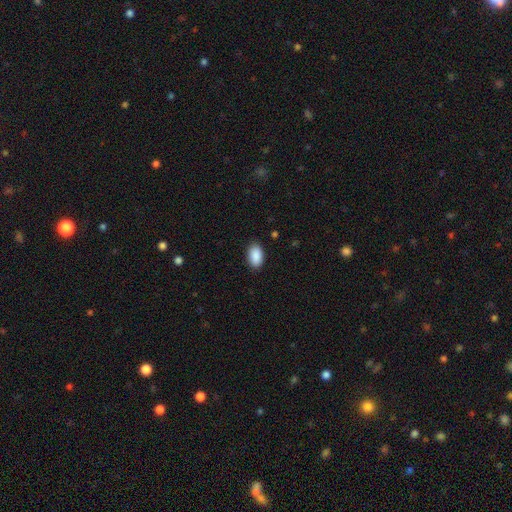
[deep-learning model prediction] Overall: smooth (90%). How rounded: in between (94%). Merging: none (88%).